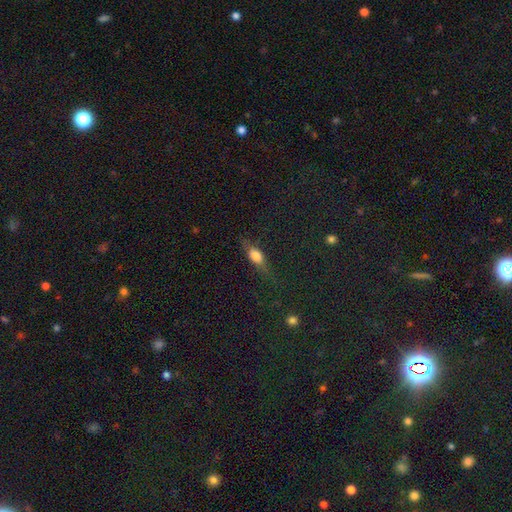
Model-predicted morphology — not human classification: Smooth or featured: smooth — 61% (featured or disk — 27%)
How rounded: in between — 63% (cigar-shaped — 28%)
Merging: none — 68% (minor disturbance — 22%)